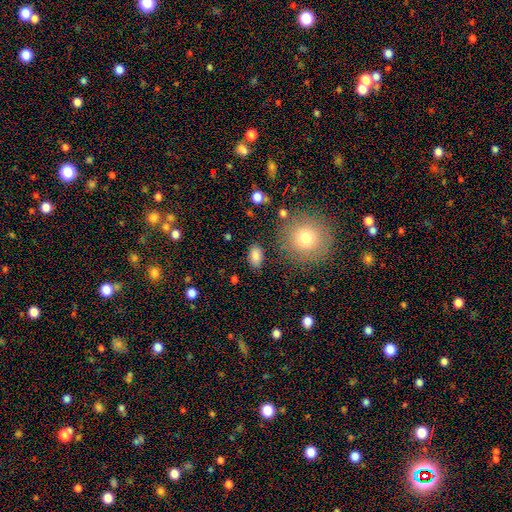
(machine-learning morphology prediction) Smooth or featured? Predicted: smooth (p=0.84). How rounded? Predicted: in between (p=0.89). Merging? Predicted: none (p=0.84).